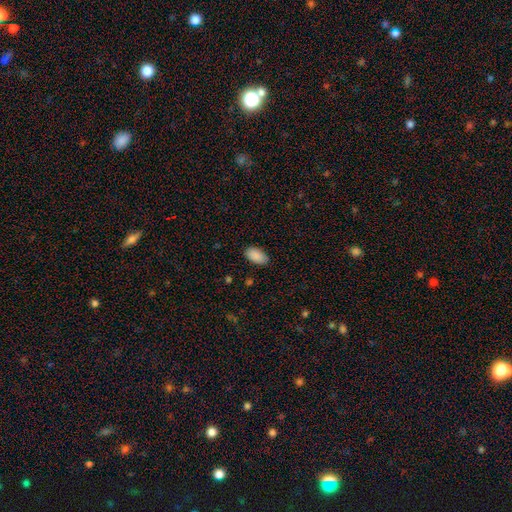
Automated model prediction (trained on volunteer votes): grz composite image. It shows a smooth galaxy with no disk features (90%) that is in between round and cigar-shaped (95%). Merging: none (87%).